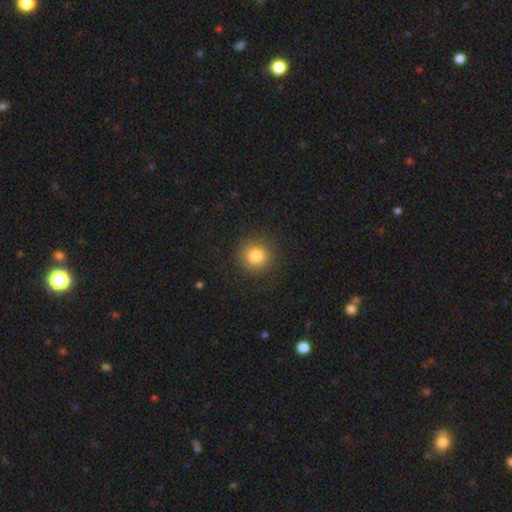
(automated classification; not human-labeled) A smooth galaxy with no disk features (81%) that is round (93%). Merging: none (88%).